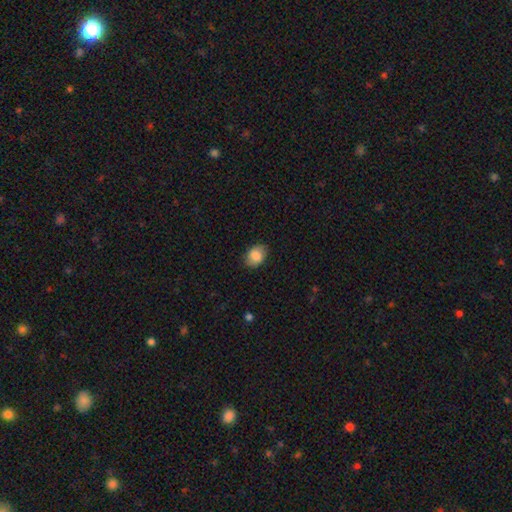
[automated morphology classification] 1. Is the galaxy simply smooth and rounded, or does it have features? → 82% smooth, 10% featured or disk, 8% star or artifact.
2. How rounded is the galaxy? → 72% in between, 27% round, 1% cigar-shaped.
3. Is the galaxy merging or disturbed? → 81% none, 15% minor disturbance, 3% major disturbance, 1% merger.